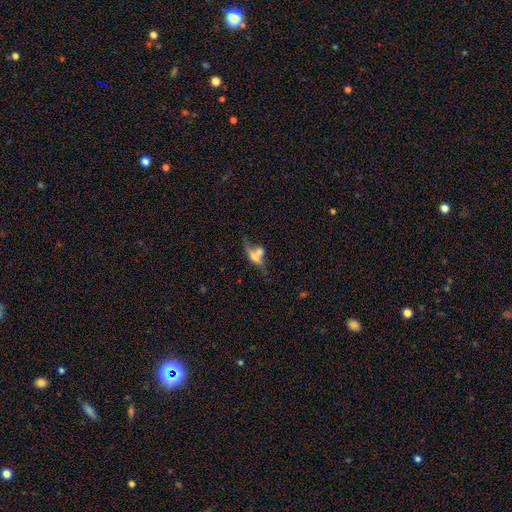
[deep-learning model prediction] Smooth or featured? Predicted: featured or disk (p=0.49). Merging? Predicted: merger (p=0.46).